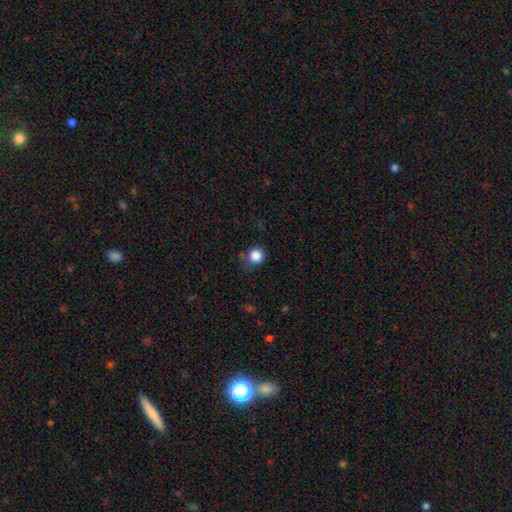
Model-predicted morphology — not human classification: The model was most divided on "merging": none: 69%, minor disturbance: 21%, major disturbance: 8%, merger: 2%. More confident: how rounded — round (88%); smooth or featured — smooth (85%).